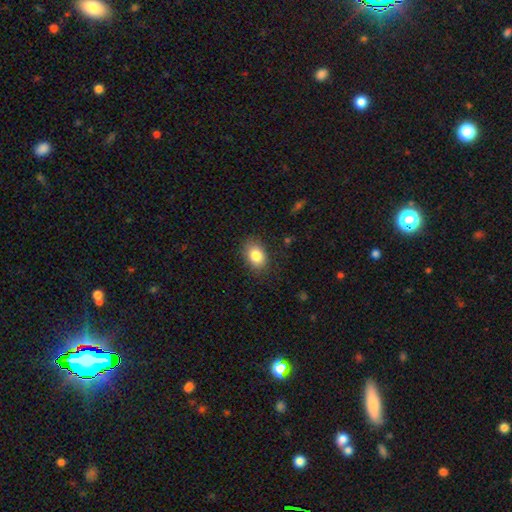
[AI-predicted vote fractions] Smooth or featured?
  - smooth: 84% *
  - star or artifact: 9%
  - featured or disk: 8%
How rounded?
  - in between: 76% *
  - round: 23%
  - cigar-shaped: 1%
Merging?
  - none: 83% *
  - minor disturbance: 12%
  - major disturbance: 3%
  - merger: 1%